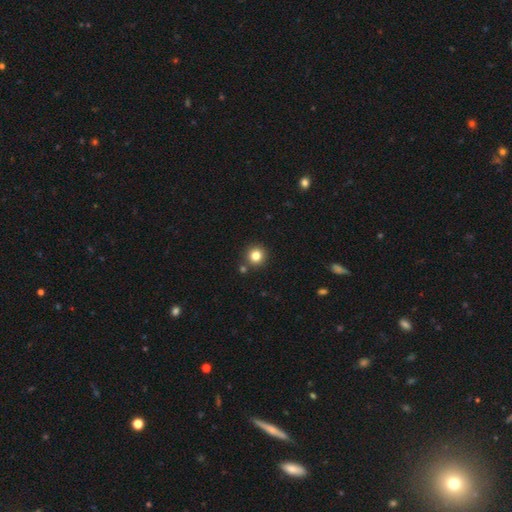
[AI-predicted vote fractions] The model was most divided on "smooth or featured": smooth: 81%, star or artifact: 13%, featured or disk: 6%. More confident: how rounded — round (94%); merging — none (86%).